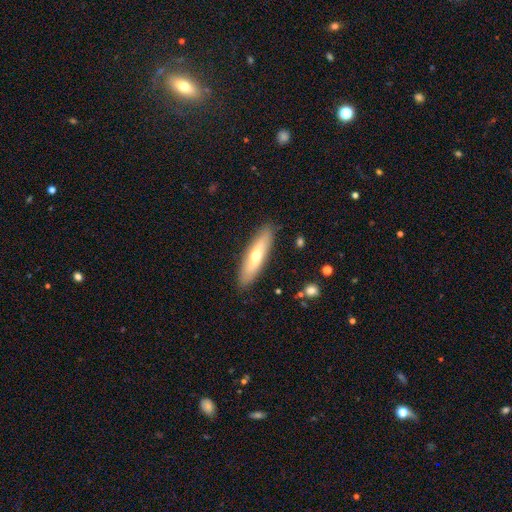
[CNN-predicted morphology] smooth_or_featured: smooth (p=0.52) [alt: featured or disk p=0.42]
how_rounded: cigar-shaped (p=0.67) [alt: in between p=0.31]
merging: none (p=0.89) [alt: minor disturbance p=0.08]